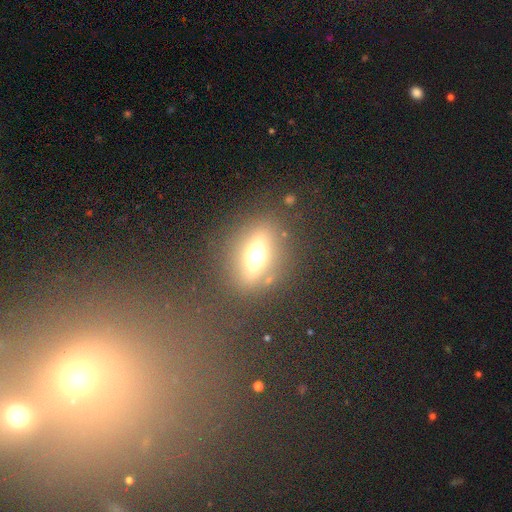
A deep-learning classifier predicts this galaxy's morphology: Q: Smooth or featured?
A: featured or disk (42%); runner-up: smooth (36%)
Q: Merging?
A: none (79%); runner-up: minor disturbance (10%)